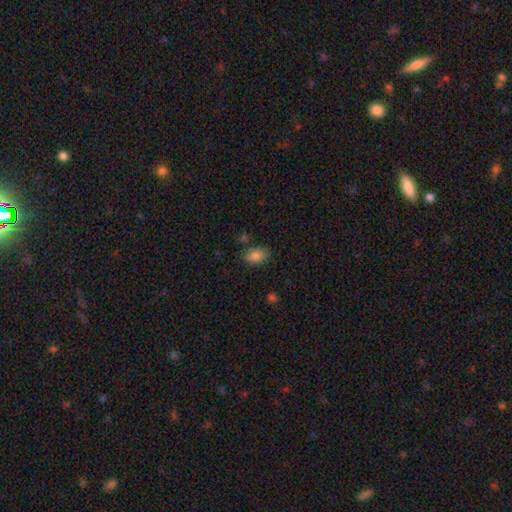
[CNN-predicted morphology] Overall: smooth (86%). How rounded: in between (89%). Merging: none (78%).